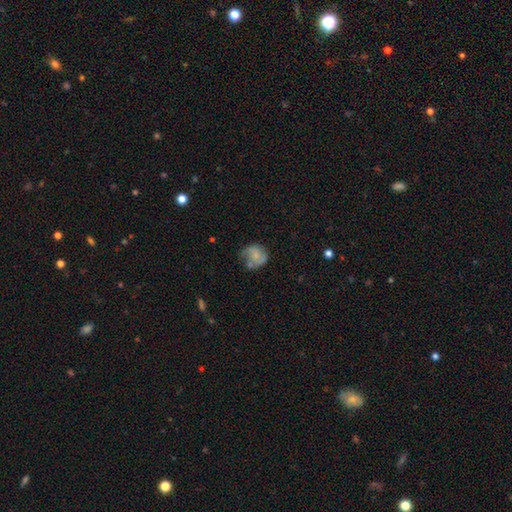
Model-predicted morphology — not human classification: featured or disk 47%, smooth 44%, star or artifact 9%. Down the decision tree: merging — none (48%).